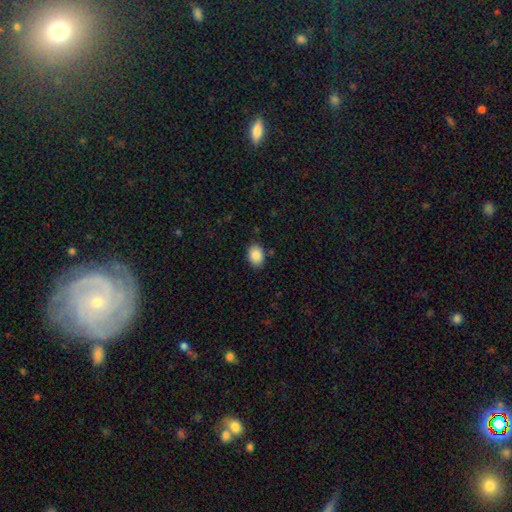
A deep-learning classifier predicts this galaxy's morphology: This appears to be a smooth galaxy with no disk features (88%) that is in between round and cigar-shaped (73%). Merging: none (85%).